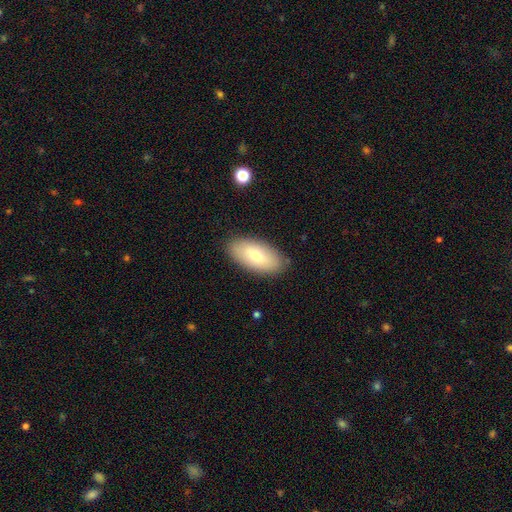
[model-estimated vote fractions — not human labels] smooth-or-featured: smooth: 71% | featured or disk: 22% | star or artifact: 7%
  how-rounded: in between: 93% | cigar-shaped: 4% | round: 3%
  merging: none: 86% | minor disturbance: 10% | major disturbance: 3% | merger: 1%